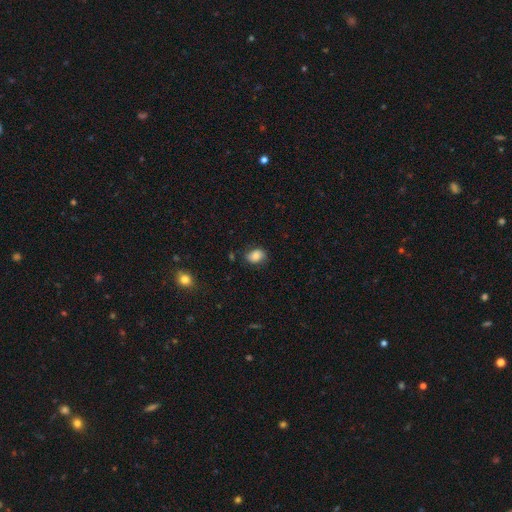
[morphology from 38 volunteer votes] This is likely a smooth galaxy (79%). How rounded: likely in between (63%). Merging: likely none (69%).